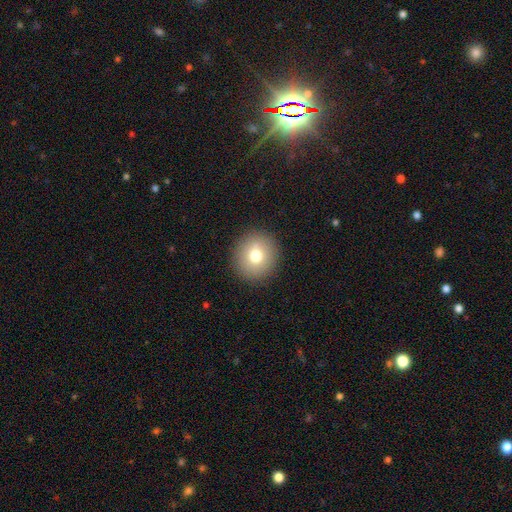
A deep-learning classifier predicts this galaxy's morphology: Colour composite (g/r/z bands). It shows a smooth galaxy with no disk features (74%) that is round (89%). Merging: none (91%).